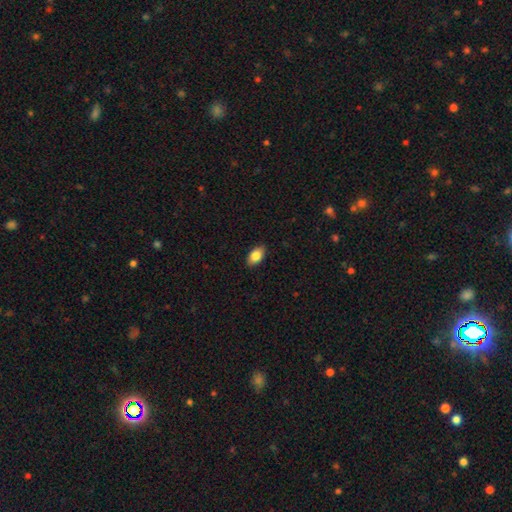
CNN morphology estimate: smooth 84%, featured or disk 8%, star or artifact 7%. Down the decision tree: how rounded — in between (92%); merging — none (89%).